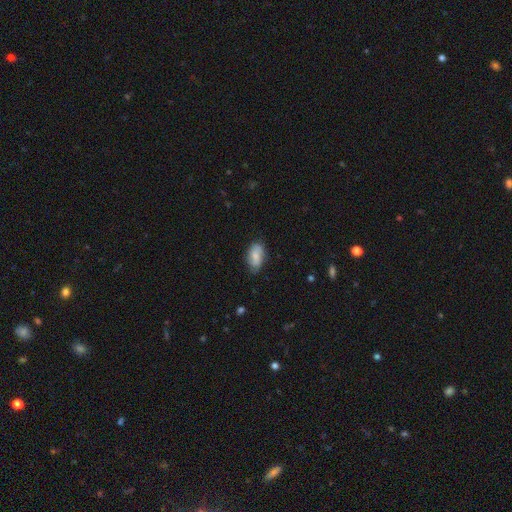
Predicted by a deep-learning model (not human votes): smooth_or_featured: smooth (p=0.65) [alt: featured or disk p=0.28]
how_rounded: in between (p=0.92) [alt: round p=0.05]
merging: none (p=0.69) [alt: minor disturbance p=0.25]